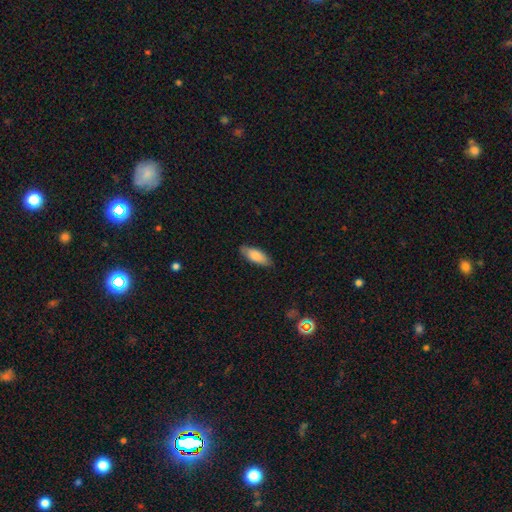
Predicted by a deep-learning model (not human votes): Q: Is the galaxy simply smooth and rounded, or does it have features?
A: smooth — 81%.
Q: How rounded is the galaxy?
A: in between — 78%.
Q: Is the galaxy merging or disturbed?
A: none — 82%.